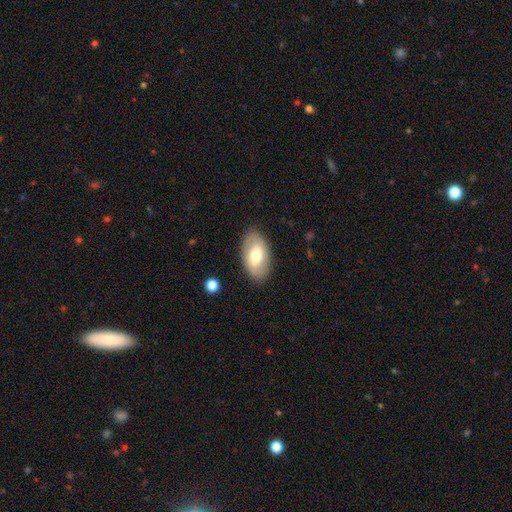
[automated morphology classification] smooth_or_featured: smooth (p=0.58) [alt: featured or disk p=0.36]
how_rounded: in between (p=0.94) [alt: round p=0.05]
merging: none (p=0.85) [alt: minor disturbance p=0.11]